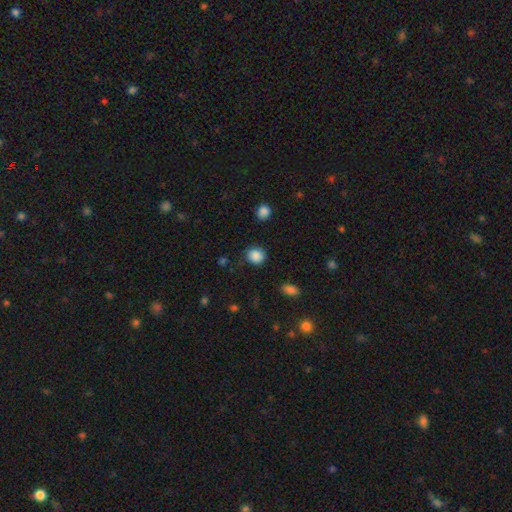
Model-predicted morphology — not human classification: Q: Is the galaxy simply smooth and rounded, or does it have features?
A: smooth — 87%.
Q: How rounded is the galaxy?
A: round — 79%.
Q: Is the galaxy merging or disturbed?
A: none — 84%.